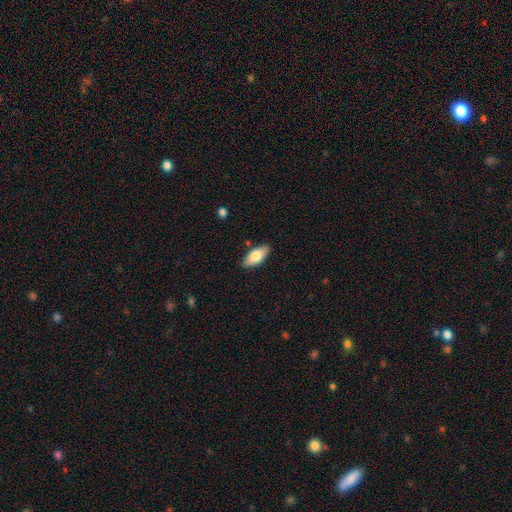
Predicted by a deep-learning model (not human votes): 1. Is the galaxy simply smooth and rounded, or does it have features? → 73% smooth, 21% featured or disk, 6% star or artifact.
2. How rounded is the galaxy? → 86% in between, 11% cigar-shaped, 2% round.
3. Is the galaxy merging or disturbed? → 86% none, 11% minor disturbance, 2% major disturbance, 2% merger.